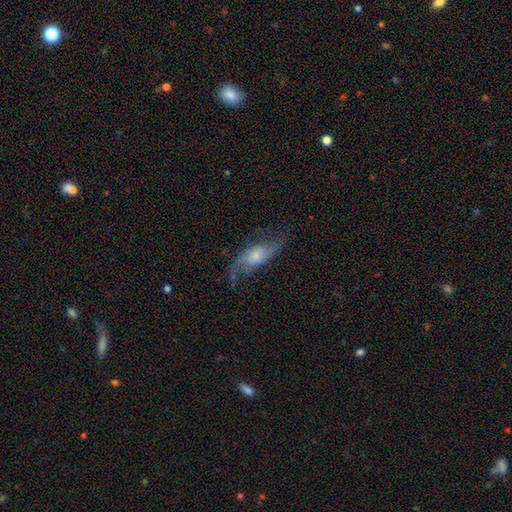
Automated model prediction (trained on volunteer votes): Smooth or featured?
  - featured or disk: 75% *
  - smooth: 17%
  - star or artifact: 7%
Edge-on disk?
  - no: 90% *
  - yes: 10%
Bar?
  - no: 63% *
  - weak: 30%
  - strong: 7%
Spiral arms?
  - yes: 92% *
  - no: 8%
Spiral winding?
  - loose: 72% *
  - medium: 22%
  - tight: 6%
Spiral arm count?
  - 2: 87% *
  - can't tell: 5%
  - 1: 4%
  - 3: 2%
  - 4: 1%
  - more than 4: 1%
Bulge size?
  - small: 43% *
  - moderate: 37%
  - large: 9%
  - none: 8%
  - dominant: 2%
Merging?
  - none: 61% *
  - minor disturbance: 19%
  - major disturbance: 18%
  - merger: 2%